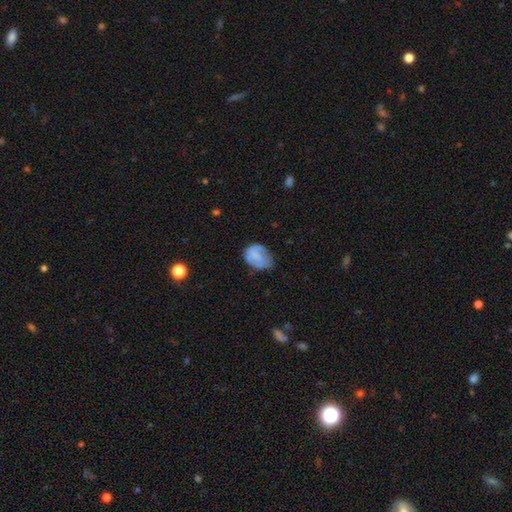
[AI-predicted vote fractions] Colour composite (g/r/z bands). It shows a smooth galaxy with no disk features (66%) that is in between round and cigar-shaped (69%). Merging: none (51%).